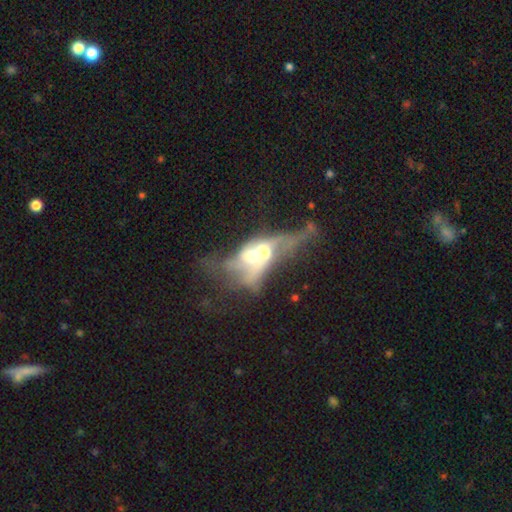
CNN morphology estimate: Overall: featured or disk (62%; smooth 28%). Edge-on disk: no (86%). Bar: no (79%). Spiral arms: no (71%). Bulge size: moderate (54%; large 18%). Merging: merger (68%).